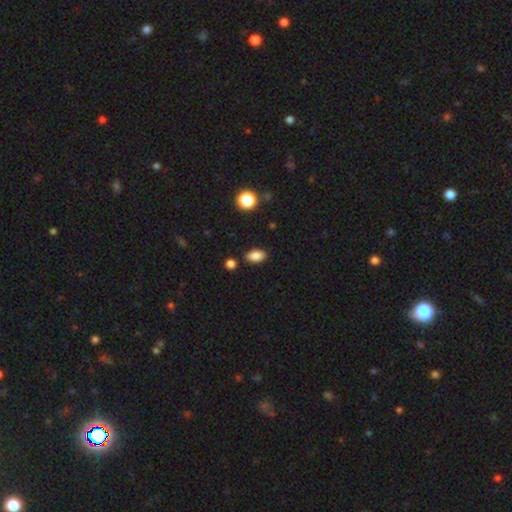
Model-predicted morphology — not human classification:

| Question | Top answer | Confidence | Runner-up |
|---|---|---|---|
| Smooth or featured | smooth | 86% | star or artifact (9%) |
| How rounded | in between | 90% | round (8%) |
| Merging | none | 86% | minor disturbance (9%) |